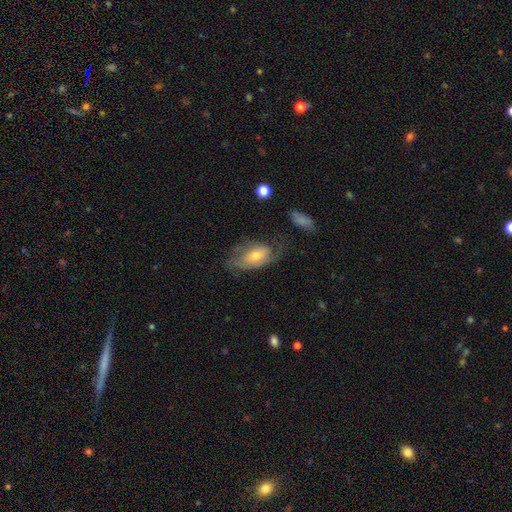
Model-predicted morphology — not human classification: smooth-or-featured: featured or disk: 58% | smooth: 35% | star or artifact: 8%
  disk-edge-on: no: 92% | yes: 8%
    bar: no: 63% | weak: 29% | strong: 8%
    has-spiral-arms: yes: 78% | no: 22%
    bulge-size: moderate: 45% (tied) | small: 45% (tied) | large: 5% | none: 3% | dominant: 1%
  merging: none: 49% | minor disturbance: 25% | major disturbance: 23% | merger: 2%